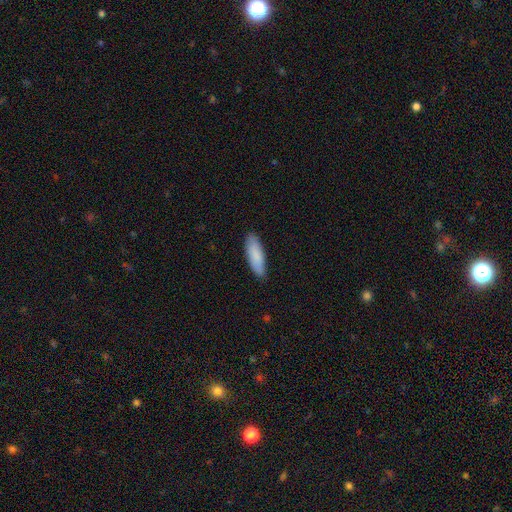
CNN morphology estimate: smooth_or_featured: smooth (p=0.87) [alt: featured or disk p=0.08]
how_rounded: in between (p=0.53) [alt: cigar-shaped p=0.46]
merging: none (p=0.85) [alt: minor disturbance p=0.12]